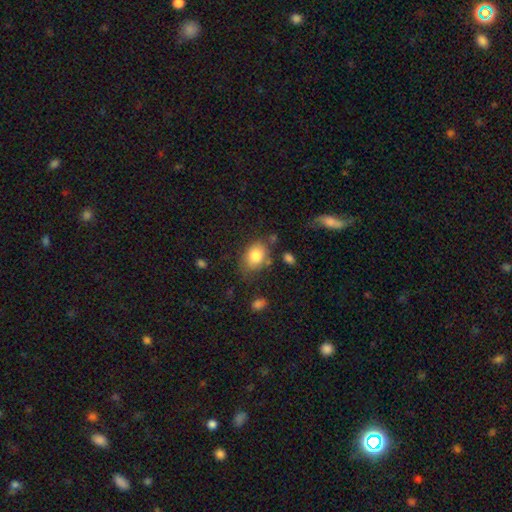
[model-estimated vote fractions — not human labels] Smooth or featured?
  - smooth: 81% *
  - featured or disk: 11%
  - star or artifact: 8%
How rounded?
  - in between: 71% *
  - round: 28%
  - cigar-shaped: 1%
Merging?
  - none: 67% *
  - minor disturbance: 21%
  - major disturbance: 7%
  - merger: 6%